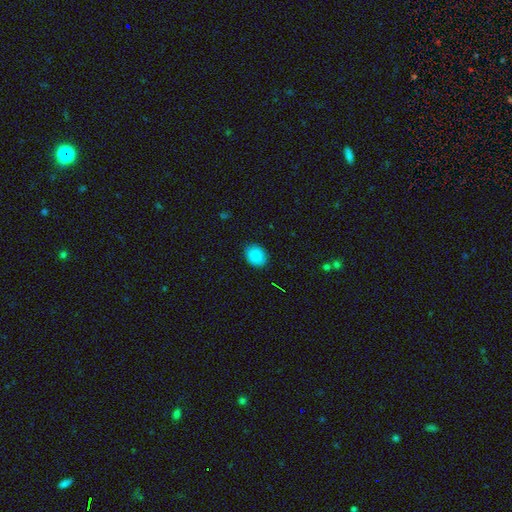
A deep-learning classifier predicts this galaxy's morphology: Smooth or featured? Predicted: smooth (p=0.88). How rounded? Predicted: round (p=0.59). Merging? Predicted: none (p=0.87).